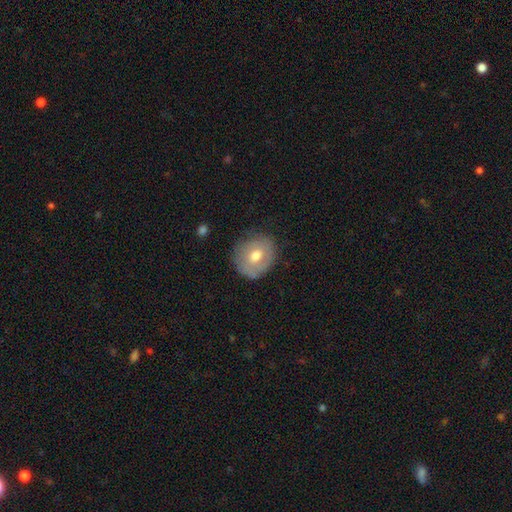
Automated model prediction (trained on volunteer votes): smooth 55%, featured or disk 37%, star or artifact 8%. Down the decision tree: how rounded — round (73%); merging — none (75%).